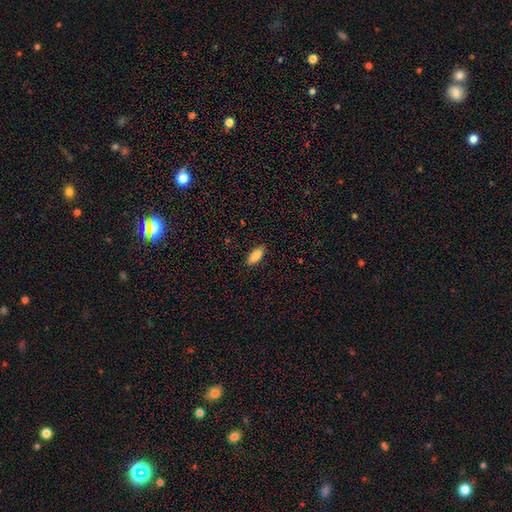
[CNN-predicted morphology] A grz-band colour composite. It shows a smooth galaxy with no disk features (86%) that is in between round and cigar-shaped (85%). Merging: none (87%).